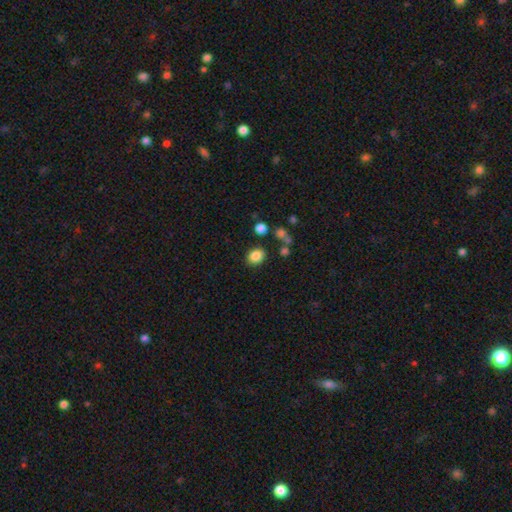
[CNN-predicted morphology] smooth-or-featured: smooth: 85% | star or artifact: 10% | featured or disk: 5%
  how-rounded: round: 51% | in between: 48% | cigar-shaped: 1%
  merging: none: 83% | minor disturbance: 10% | merger: 4% | major disturbance: 3%